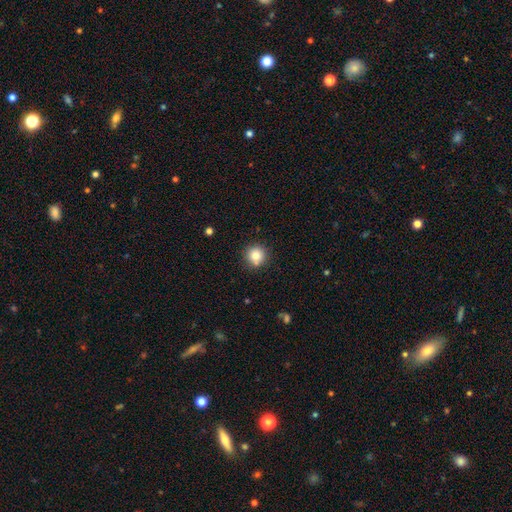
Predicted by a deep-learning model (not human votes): This appears to be a smooth galaxy with no disk features (82%) that is round (93%). Merging: none (82%).